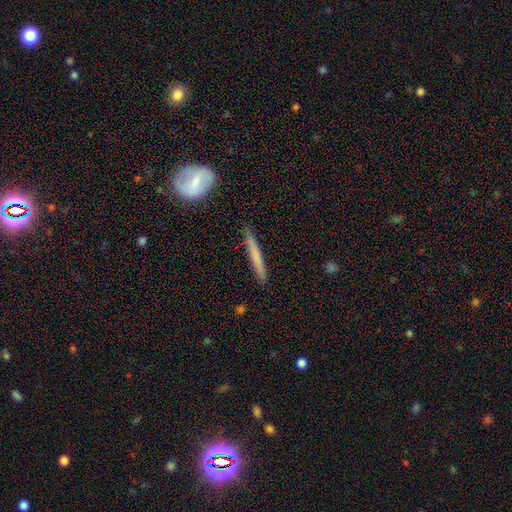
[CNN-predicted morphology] Q: Smooth or featured?
A: smooth (60%); runner-up: featured or disk (34%)
Q: How rounded?
A: cigar-shaped (96%); runner-up: in between (3%)
Q: Merging?
A: none (86%); runner-up: minor disturbance (11%)